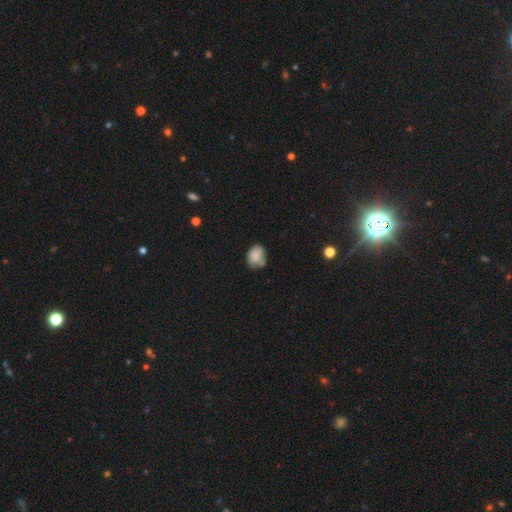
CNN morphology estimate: Smooth or featured? Predicted: smooth (p=0.82). How rounded? Predicted: in between (p=0.64). Merging? Predicted: none (p=0.54).